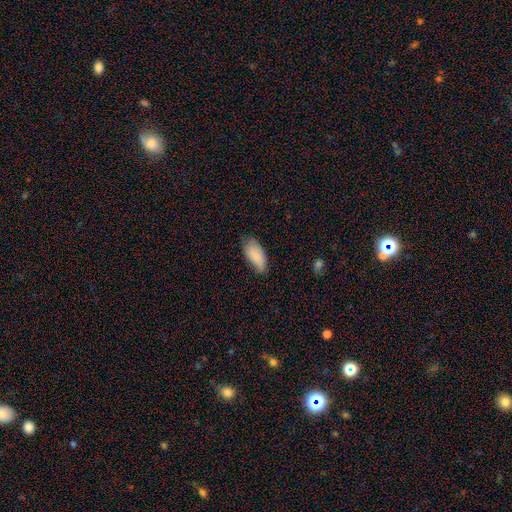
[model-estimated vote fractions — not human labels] This is clearly a smooth galaxy (82%). How rounded: clearly in between (92%). Merging: likely none (63%).